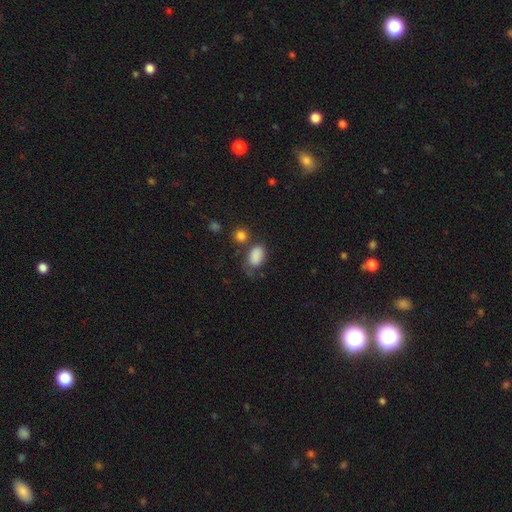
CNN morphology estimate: smooth 85%, star or artifact 9%, featured or disk 6%. Down the decision tree: how rounded — in between (84%); merging — none (49%).